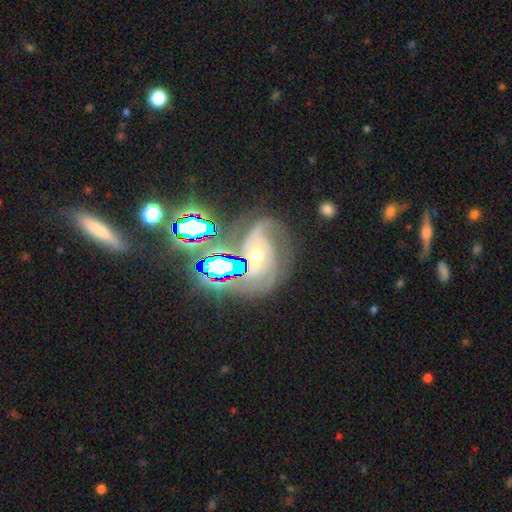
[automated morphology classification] Smooth or featured?
  - featured or disk: 72% *
  - star or artifact: 20%
  - smooth: 8%
Edge-on disk?
  - no: 97% *
  - yes: 3%
Bar?
  - no: 61% *
  - weak: 26%
  - strong: 13%
Spiral arms?
  - yes: 95% *
  - no: 5%
Spiral winding?
  - medium: 47% *
  - tight: 32%
  - loose: 21%
Spiral arm count?
  - 2: 43% *
  - 3: 24%
  - can't tell: 14%
  - 1: 8%
  - 4: 5%
  - more than 4: 5%
Bulge size?
  - moderate: 65% *
  - small: 26%
  - large: 5%
  - none: 2%
  - dominant: 2%
Merging?
  - none: 48% *
  - major disturbance: 20%
  - minor disturbance: 20%
  - merger: 12%